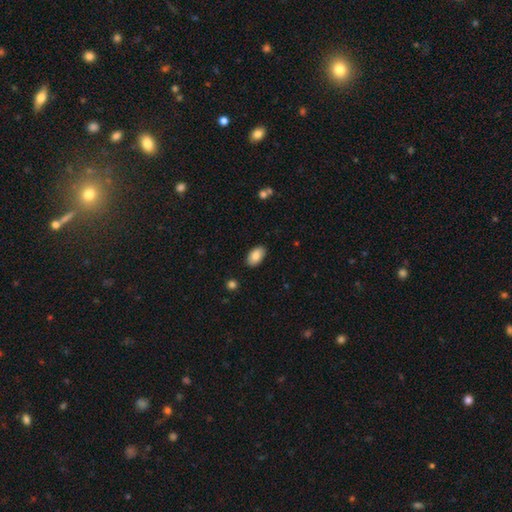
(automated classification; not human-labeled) Smooth or featured: smooth — 85% (featured or disk — 9%)
How rounded: in between — 94% (round — 4%)
Merging: none — 88% (minor disturbance — 9%)